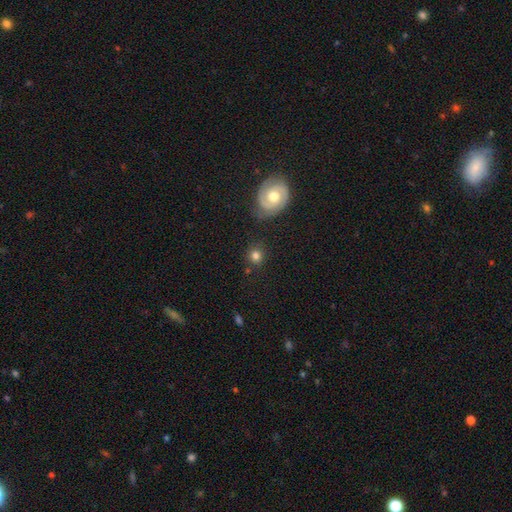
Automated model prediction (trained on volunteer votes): A smooth galaxy with no disk features (78%) that is round (86%). Merging: none (80%).